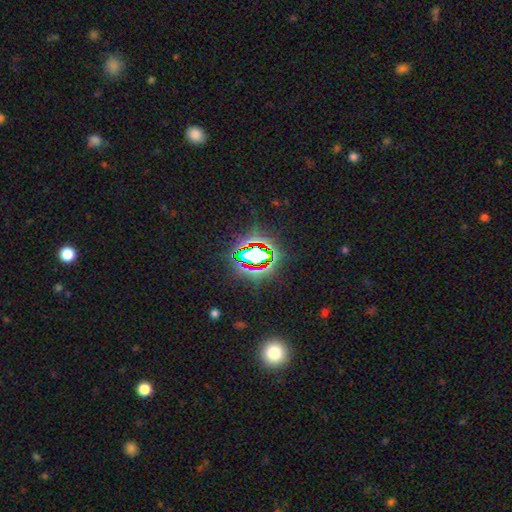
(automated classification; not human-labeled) Smooth or featured? star or artifact (75%)